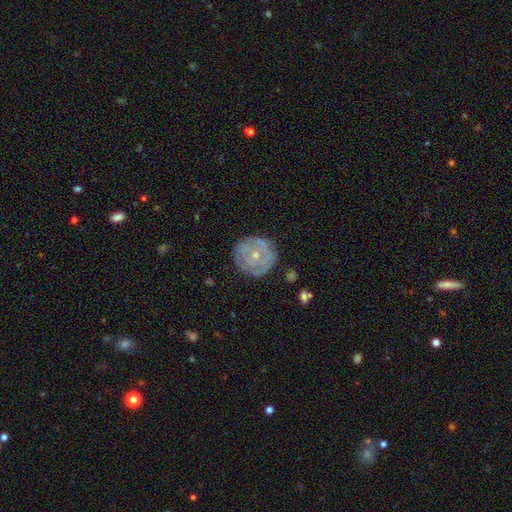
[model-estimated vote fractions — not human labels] A featured or disk galaxy (69%) with no bar (85%), spiral arms (63%) and a small central bulge (62%). Merging: none (79%).